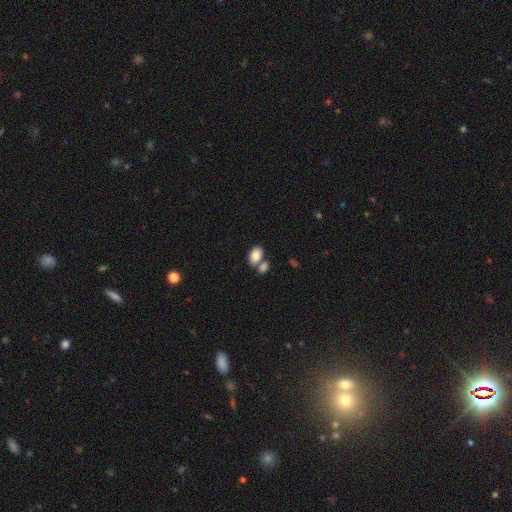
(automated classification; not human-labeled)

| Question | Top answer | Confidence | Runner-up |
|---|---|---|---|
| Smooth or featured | smooth | 85% | featured or disk (8%) |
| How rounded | in between | 90% | round (9%) |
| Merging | none | 46% | merger (40%) |